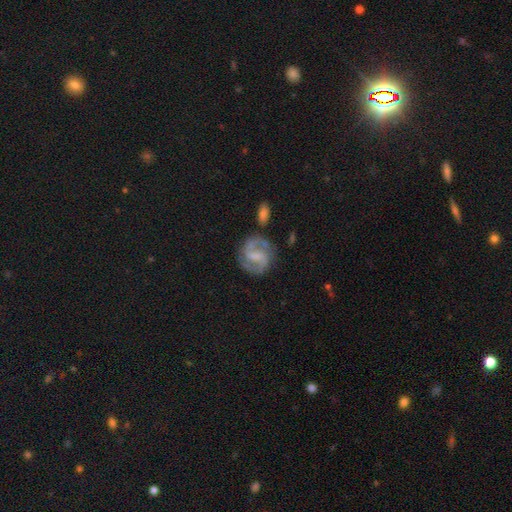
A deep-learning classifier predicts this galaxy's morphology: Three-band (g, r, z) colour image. It shows a featured or disk galaxy (81%) with a weak bar (50%), 2 (88%) medium (54%) spiral arms (94%) and no central bulge (40%). Merging: none (73%).